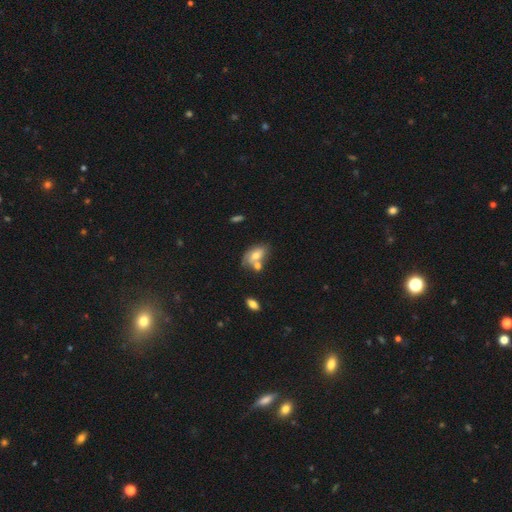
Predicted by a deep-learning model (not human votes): Smooth or featured?
  - smooth: 59% *
  - featured or disk: 32%
  - star or artifact: 9%
How rounded?
  - in between: 86% *
  - round: 11%
  - cigar-shaped: 3%
Merging?
  - none: 42% *
  - merger: 33%
  - minor disturbance: 18%
  - major disturbance: 7%